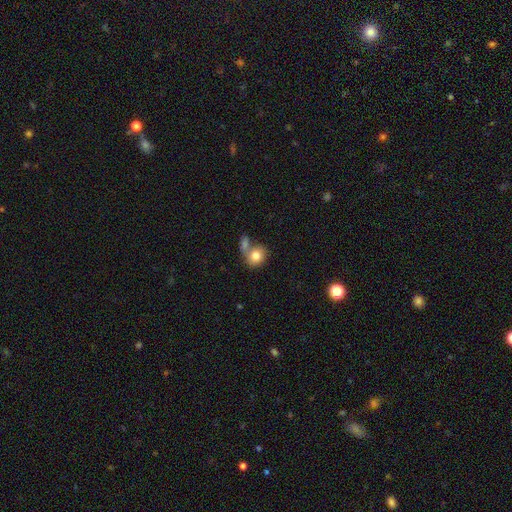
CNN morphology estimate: smooth 79%, featured or disk 12%, star or artifact 9%. Down the decision tree: how rounded — round (71%); merging — merger (43%).